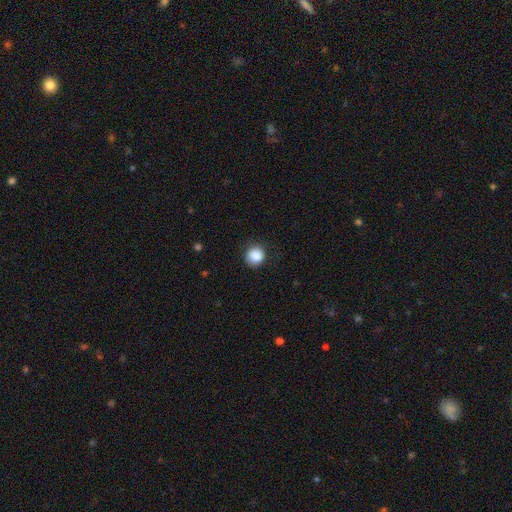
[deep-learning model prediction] Smooth or featured? smooth (87%)
How rounded? round (88%)
Merging? none (81%)